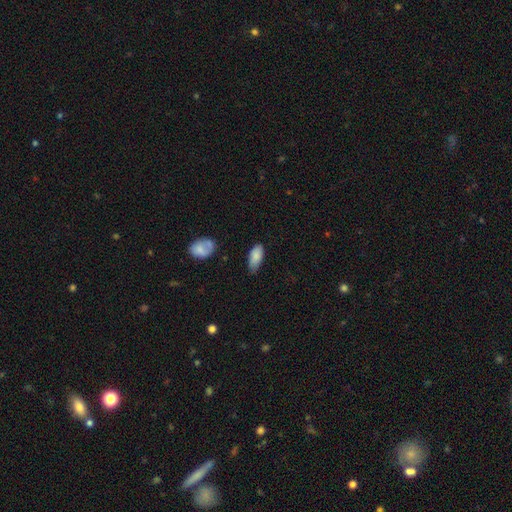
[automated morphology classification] type=smooth (85%); roundness=in between (89%); merging=none (60%).